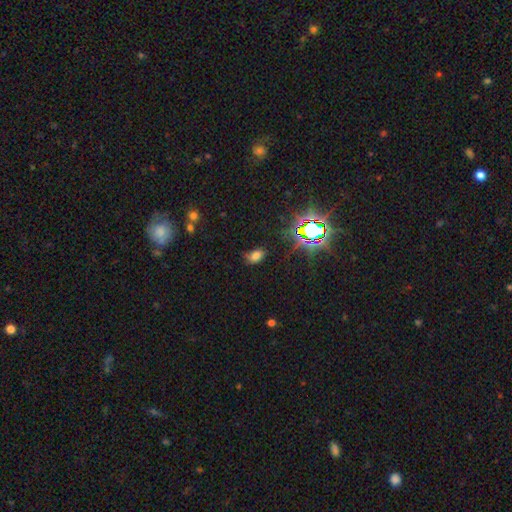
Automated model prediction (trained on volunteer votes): A smooth galaxy with no disk features (66%) that is in between round and cigar-shaped (86%). Merging: none (71%).